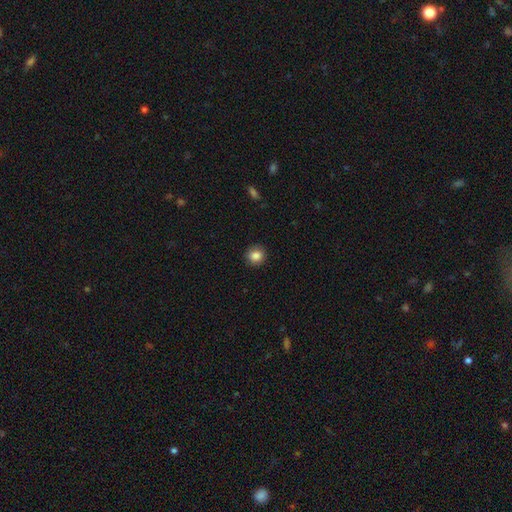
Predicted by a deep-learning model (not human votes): smooth-or-featured: smooth: 86% | star or artifact: 9% | featured or disk: 5%
  how-rounded: round: 82% | in between: 17% | cigar-shaped: 1%
  merging: none: 89% | minor disturbance: 8% | major disturbance: 2% | merger: 1%